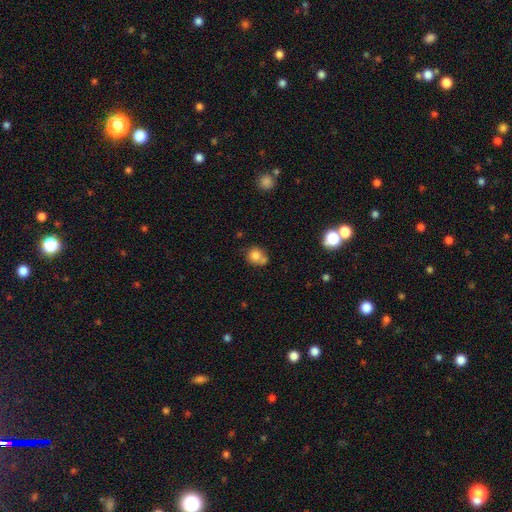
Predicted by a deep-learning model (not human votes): The model was most divided on "merging": none: 48%, merger: 33%, minor disturbance: 15%, major disturbance: 5%. More confident: how rounded — round (80%); smooth or featured — smooth (77%).